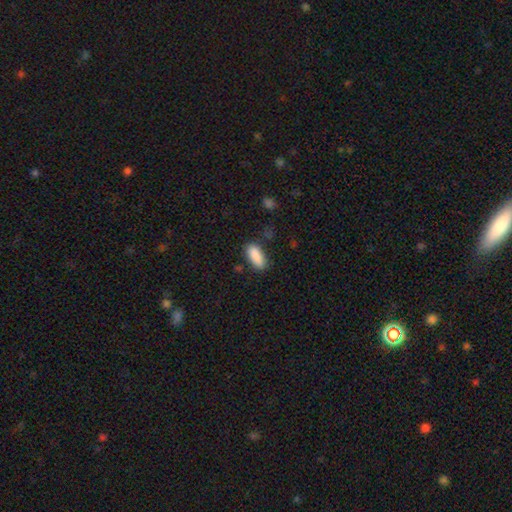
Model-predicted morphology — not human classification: smooth-or-featured: smooth: 90% | star or artifact: 7% | featured or disk: 4%
  how-rounded: in between: 85% | cigar-shaped: 13% | round: 2%
  merging: none: 81% | minor disturbance: 14% | major disturbance: 3% | merger: 2%